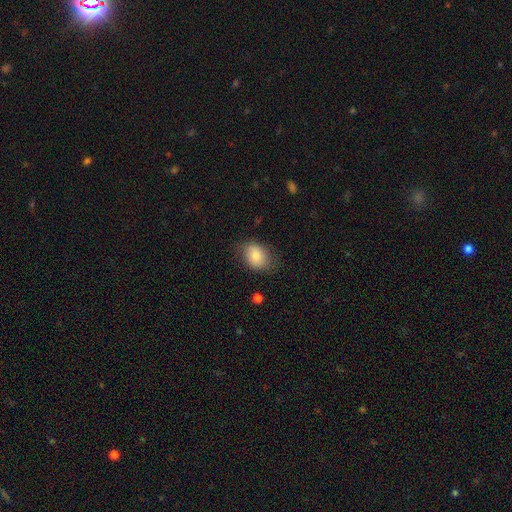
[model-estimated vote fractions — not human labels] Smooth or featured?
  - smooth: 80% *
  - featured or disk: 12%
  - star or artifact: 8%
How rounded?
  - in between: 65% *
  - round: 34%
  - cigar-shaped: 1%
Merging?
  - none: 74% *
  - minor disturbance: 19%
  - major disturbance: 5%
  - merger: 1%